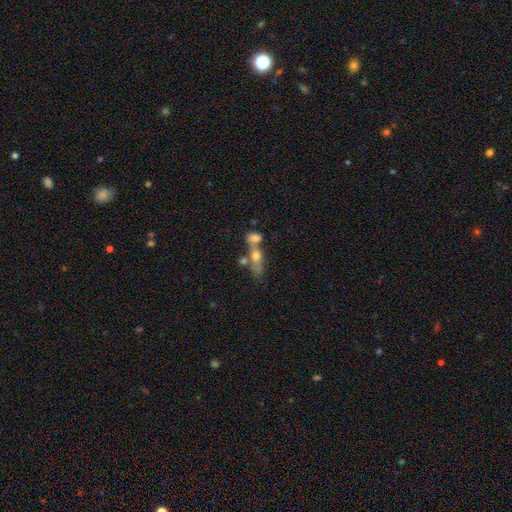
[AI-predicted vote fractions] This is possibly a smooth galaxy (49%). Merging: possibly merger (53%).